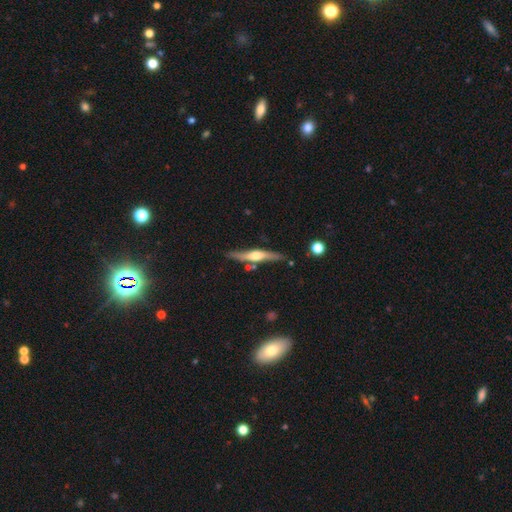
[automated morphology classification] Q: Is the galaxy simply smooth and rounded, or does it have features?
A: featured or disk — 66%.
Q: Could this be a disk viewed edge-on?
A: yes — 95%.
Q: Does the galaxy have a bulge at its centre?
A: rounded — 88%.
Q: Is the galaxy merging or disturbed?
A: none — 79%.